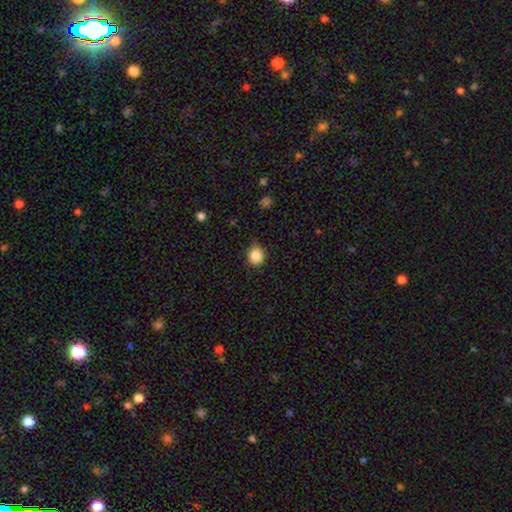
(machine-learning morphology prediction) Smooth or featured? Predicted: smooth (p=0.85). How rounded? Predicted: round (p=0.84). Merging? Predicted: none (p=0.79).